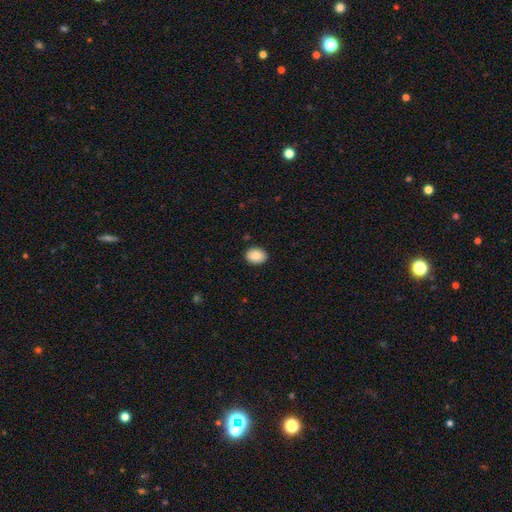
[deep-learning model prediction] Smooth or featured? smooth (87%)
How rounded? in between (68%)
Merging? none (89%)